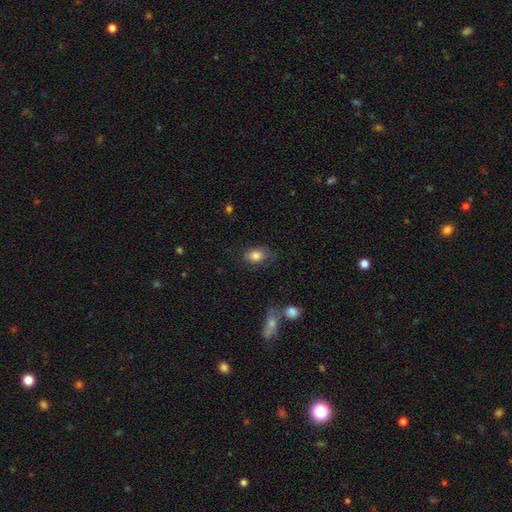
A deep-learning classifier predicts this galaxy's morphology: smooth_or_featured: smooth (p=0.83) [alt: star or artifact p=0.08]
how_rounded: in between (p=0.80) [alt: round p=0.18]
merging: none (p=0.74) [alt: minor disturbance p=0.18]